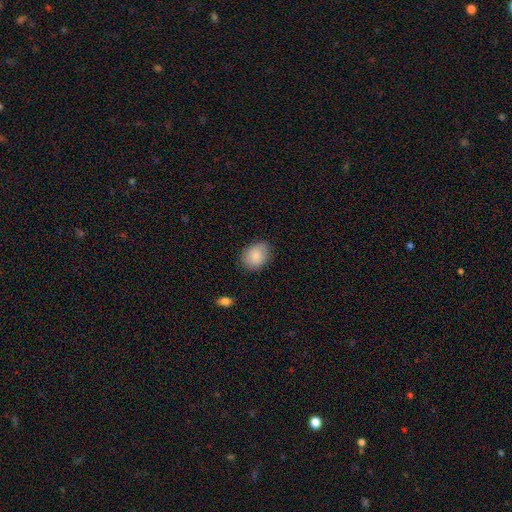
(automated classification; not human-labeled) Smooth or featured?
  - smooth: 86% *
  - featured or disk: 8%
  - star or artifact: 7%
How rounded?
  - in between: 63% *
  - round: 36%
  - cigar-shaped: 1%
Merging?
  - none: 82% *
  - minor disturbance: 14%
  - major disturbance: 3%
  - merger: 1%